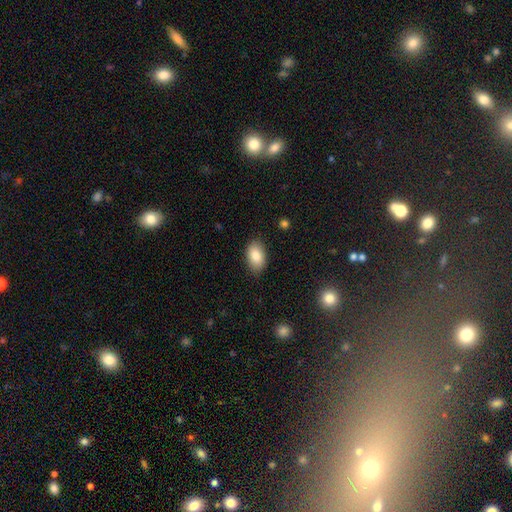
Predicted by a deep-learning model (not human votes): Morphology: type=smooth (84%); roundness=in between (91%); merging=none (85%).